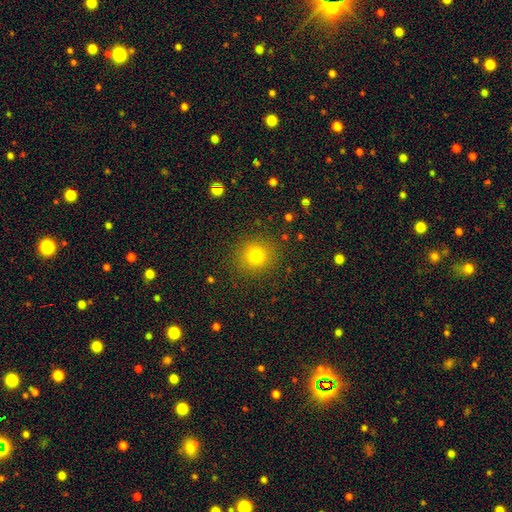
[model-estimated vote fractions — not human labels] The model was most divided on "smooth or featured": smooth: 78%, star or artifact: 15%, featured or disk: 7%. More confident: how rounded — round (91%); merging — none (89%).